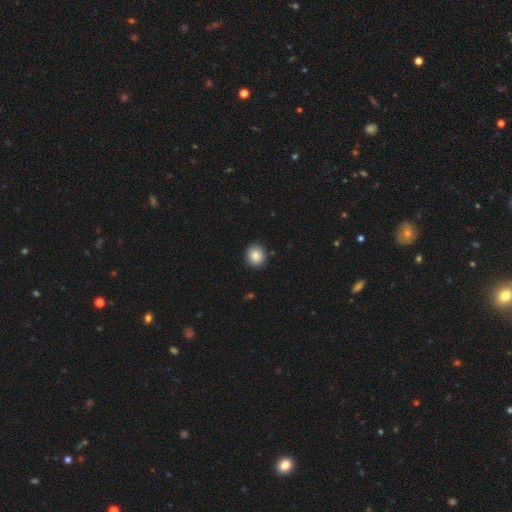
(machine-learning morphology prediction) smooth_or_featured: smooth (p=0.86) [alt: star or artifact p=0.09]
how_rounded: round (p=0.82) [alt: in between p=0.17]
merging: none (p=0.90) [alt: minor disturbance p=0.07]